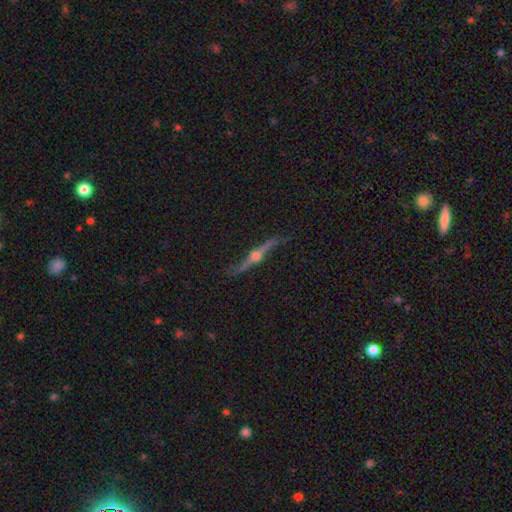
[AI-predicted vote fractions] smooth_or_featured: featured or disk (p=0.88) [alt: smooth p=0.07]
disk_edge_on: yes (p=0.91) [alt: no p=0.09]
edge_on_bulge: rounded (p=0.95) [alt: none p=0.02]
merging: none (p=0.80) [alt: minor disturbance p=0.14]